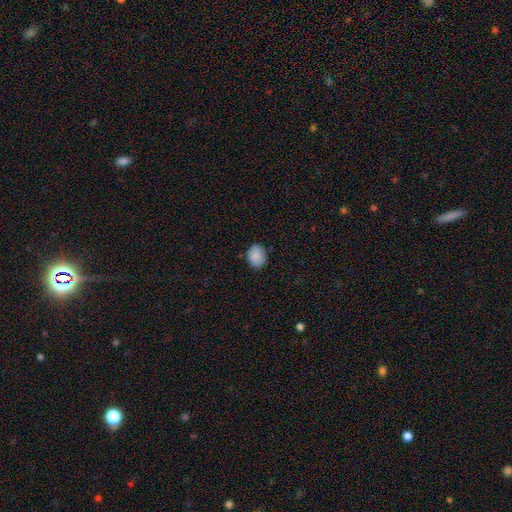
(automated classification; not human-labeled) smooth 87%, star or artifact 8%, featured or disk 5%. Down the decision tree: how rounded — in between (53%); merging — none (82%).